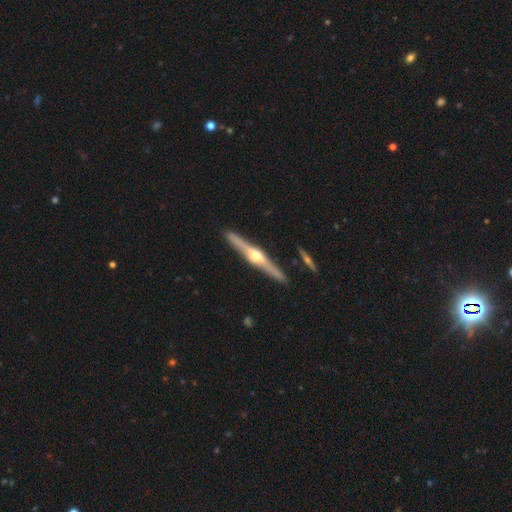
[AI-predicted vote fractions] smooth-or-featured: featured or disk: 81% | smooth: 14% | star or artifact: 5%
  disk-edge-on: yes: 98% | no: 2%
    edge-on-bulge: rounded: 94% | boxy: 4% | none: 2%
  merging: none: 91% | minor disturbance: 7% | merger: 1% | major disturbance: 1%